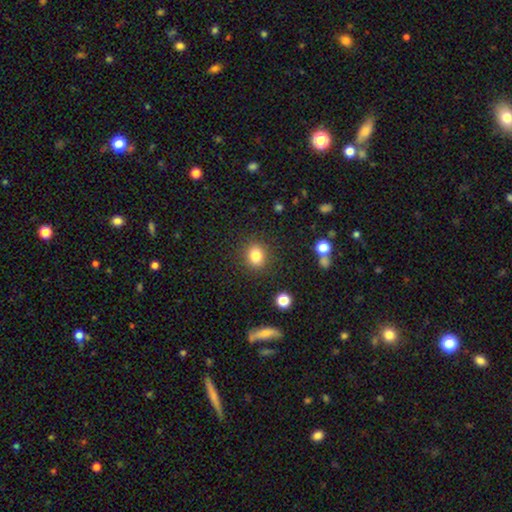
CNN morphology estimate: A smooth galaxy with no disk features (82%) that is round (66%).

Vote fractions:
- Smooth or featured? smooth: 82% / star or artifact: 11% / featured or disk: 6%
- How rounded? round: 66% / in between: 33% / cigar-shaped: 1%
- Merging? none: 87% / minor disturbance: 8% / major disturbance: 3% / merger: 2%